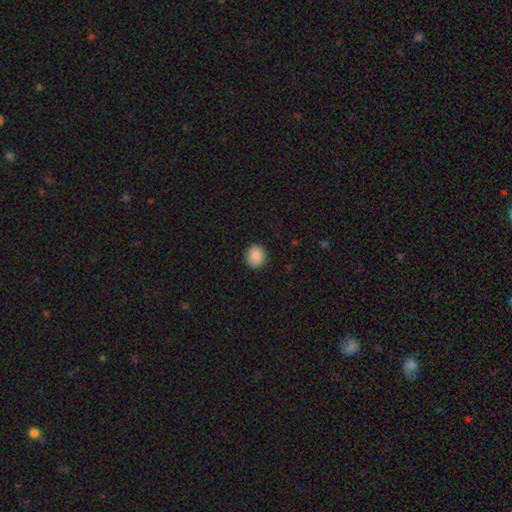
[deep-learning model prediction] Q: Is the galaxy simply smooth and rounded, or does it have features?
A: smooth — 87%.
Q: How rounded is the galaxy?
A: round — 85%.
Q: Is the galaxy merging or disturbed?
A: none — 90%.